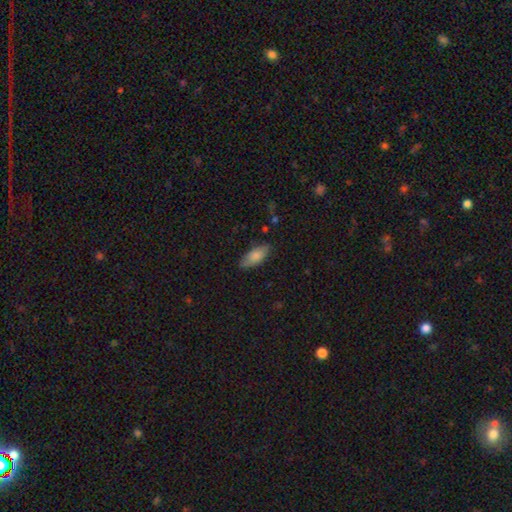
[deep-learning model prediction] smooth 81%, featured or disk 13%, star or artifact 6%. Down the decision tree: how rounded — in between (82%); merging — none (81%).